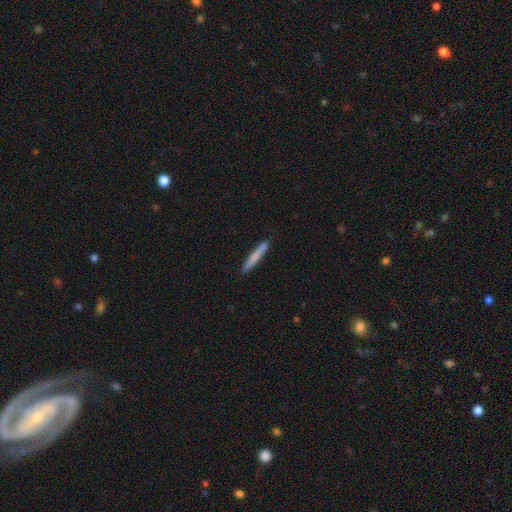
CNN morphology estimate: Smooth or featured?
  - smooth: 74% *
  - featured or disk: 20%
  - star or artifact: 6%
How rounded?
  - cigar-shaped: 96% *
  - in between: 3%
  - round: 1%
Merging?
  - none: 90% *
  - minor disturbance: 7%
  - merger: 1%
  - major disturbance: 1%